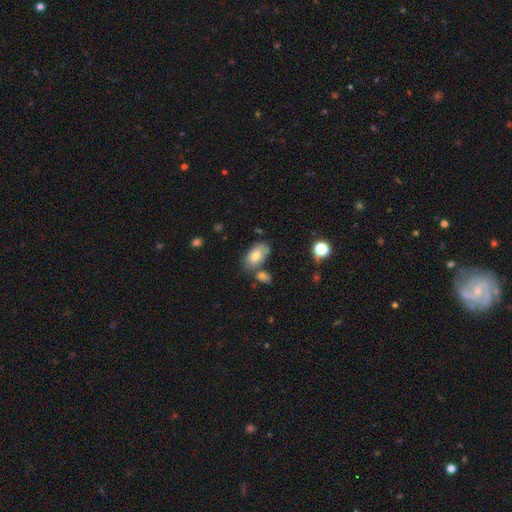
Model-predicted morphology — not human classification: Smooth or featured? smooth (75%)
How rounded? in between (93%)
Merging? none (61%)